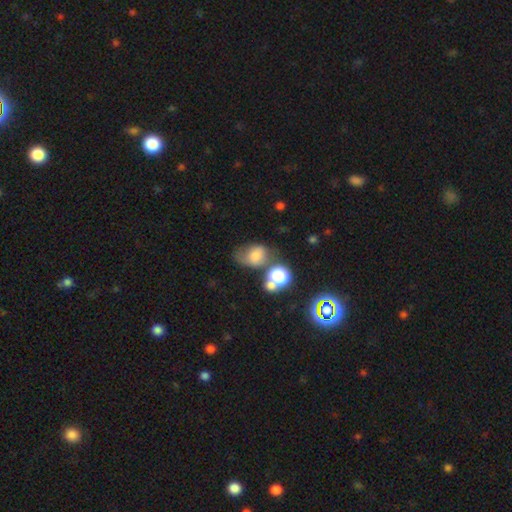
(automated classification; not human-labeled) Smooth or featured? smooth (66%)
How rounded? in between (63%)
Merging? none (30%)